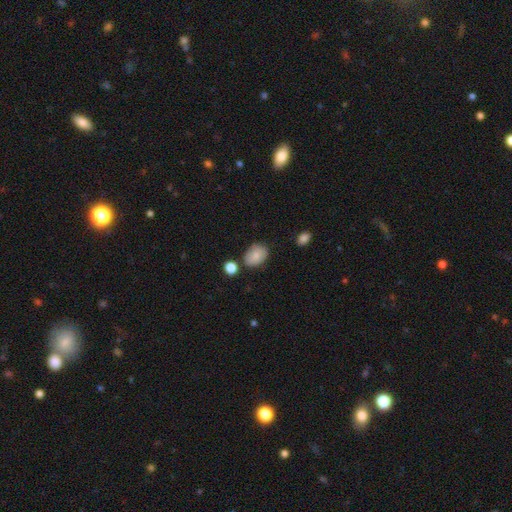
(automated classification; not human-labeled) Smooth or featured: smooth — 81% (featured or disk — 11%)
How rounded: in between — 75% (round — 24%)
Merging: none — 71% (minor disturbance — 19%)